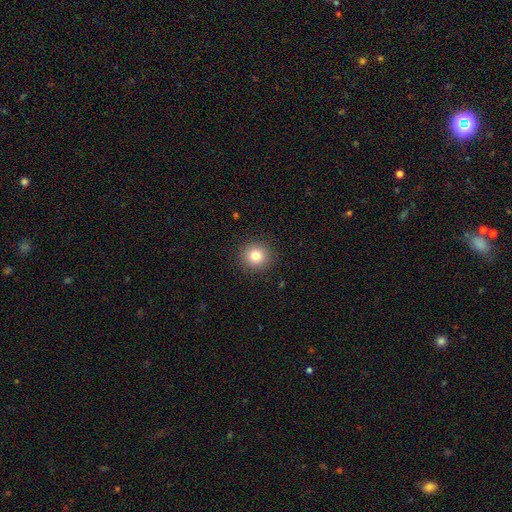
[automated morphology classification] smooth-or-featured: smooth: 81% | star or artifact: 11% | featured or disk: 7%
  how-rounded: round: 93% | in between: 6% | cigar-shaped: 1%
  merging: none: 91% | minor disturbance: 6% | major disturbance: 2% | merger: 1%